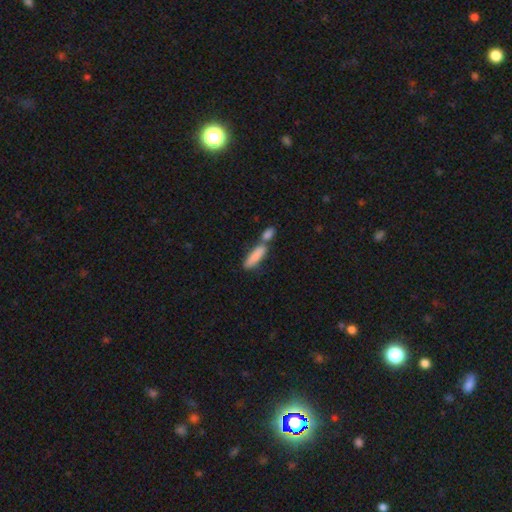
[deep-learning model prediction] Smooth or featured? Predicted: smooth (p=0.83). How rounded? Predicted: cigar-shaped (p=0.58). Merging? Predicted: merger (p=0.46).